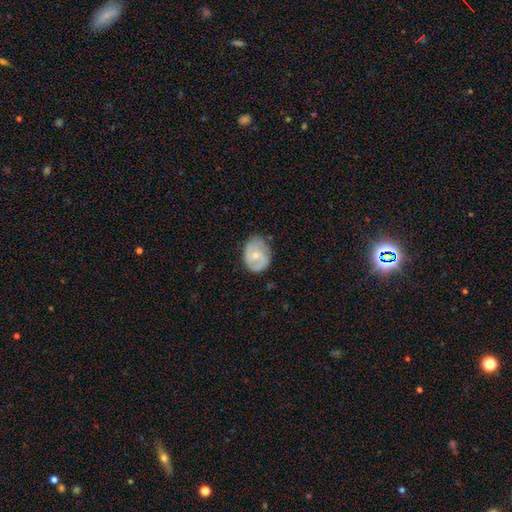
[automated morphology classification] type=featured or disk (51%); edge-on=no (97%); merging=none (66%).